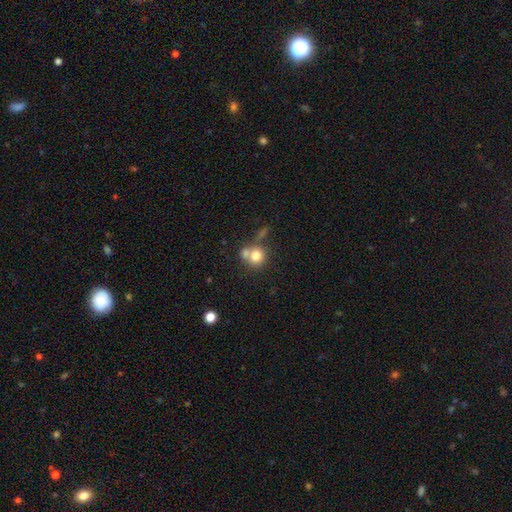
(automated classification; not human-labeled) smooth 75%, featured or disk 14%, star or artifact 11%. Down the decision tree: how rounded — round (83%); merging — none (43%).